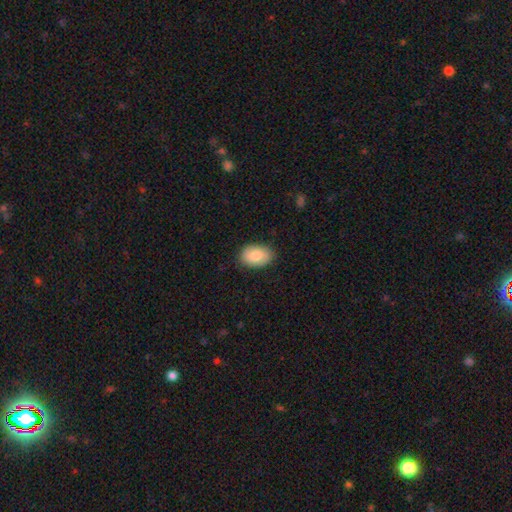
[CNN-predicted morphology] This appears to be a smooth galaxy with no disk features (85%) that is in between round and cigar-shaped (88%). Merging: none (86%).